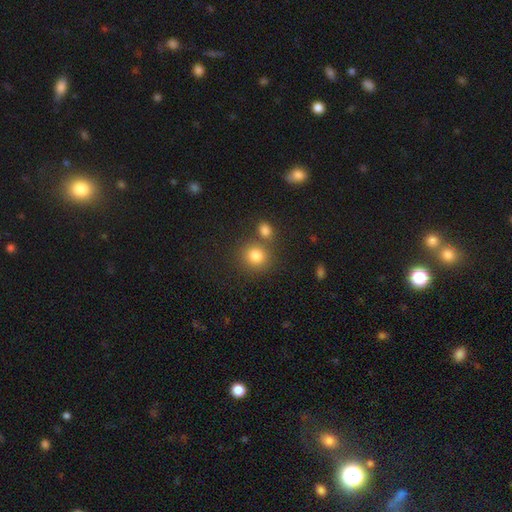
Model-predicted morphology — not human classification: smooth-or-featured: smooth: 82% | star or artifact: 12% | featured or disk: 7%
  how-rounded: round: 85% | in between: 14% | cigar-shaped: 1%
  merging: none: 68% | merger: 20% | minor disturbance: 9% | major disturbance: 3%